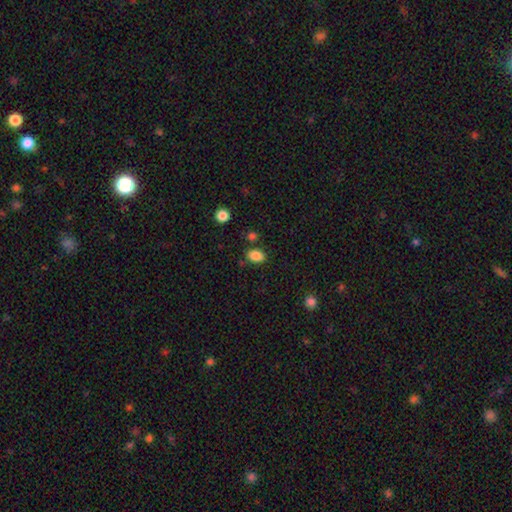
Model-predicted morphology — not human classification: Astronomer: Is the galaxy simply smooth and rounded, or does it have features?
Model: smooth — 86%.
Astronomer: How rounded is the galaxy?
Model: in between — 80%.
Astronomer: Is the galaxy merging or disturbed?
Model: none — 79%.